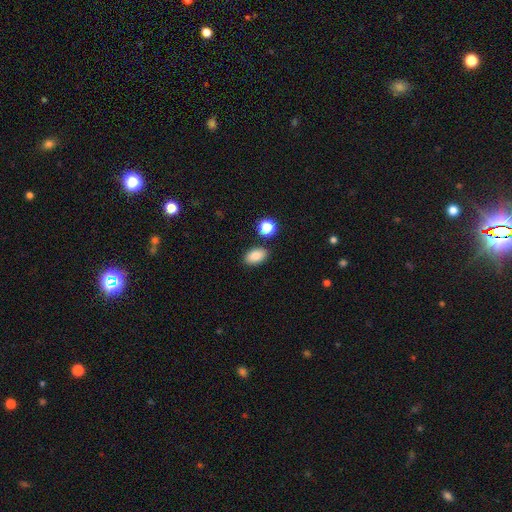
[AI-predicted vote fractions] Q: Smooth or featured?
A: smooth (86%); runner-up: star or artifact (8%)
Q: How rounded?
A: in between (91%); runner-up: round (7%)
Q: Merging?
A: none (85%); runner-up: minor disturbance (9%)